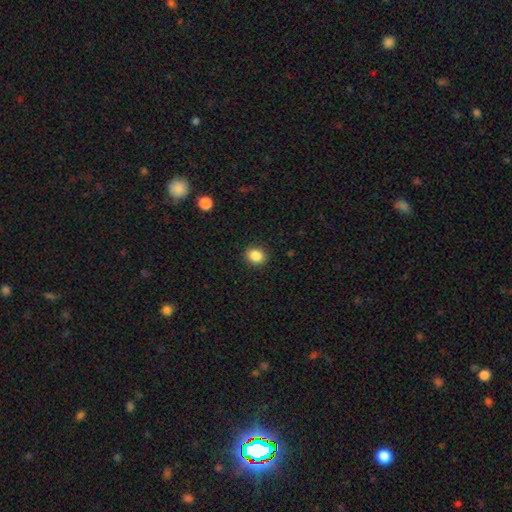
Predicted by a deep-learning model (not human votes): smooth-or-featured: smooth: 86% | star or artifact: 10% | featured or disk: 4%
  how-rounded: round: 58% | in between: 41% | cigar-shaped: 1%
  merging: none: 90% | minor disturbance: 7% | major disturbance: 2% | merger: 1%